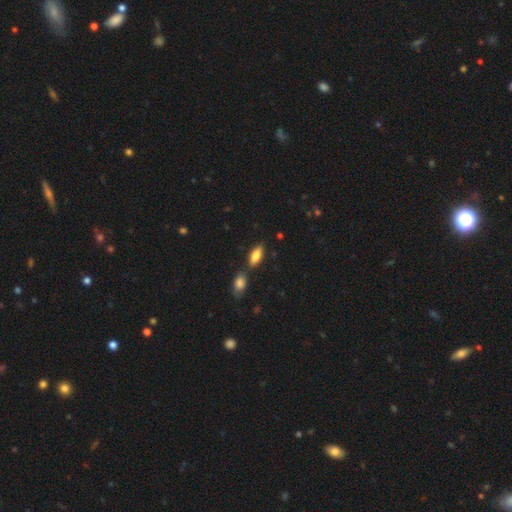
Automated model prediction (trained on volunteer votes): Smooth or featured? smooth (79%)
How rounded? in between (81%)
Merging? none (70%)